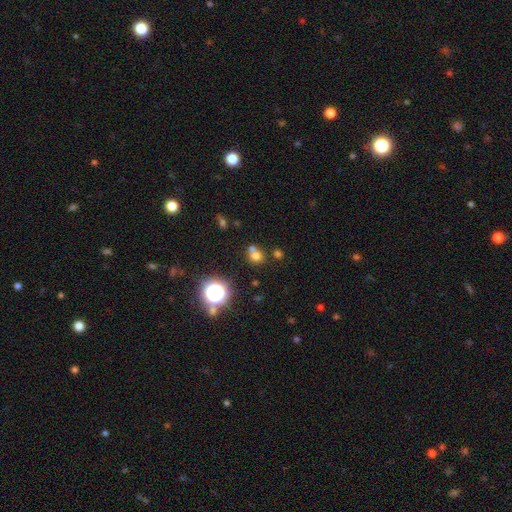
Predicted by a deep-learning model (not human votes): Overall: smooth (69%). How rounded: round (82%). Merging: none (54%; merger 34%).